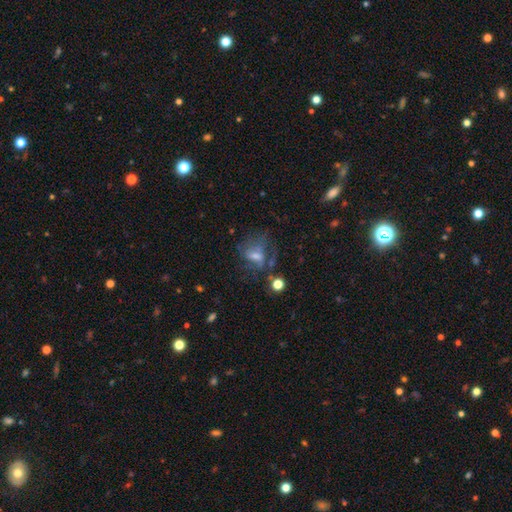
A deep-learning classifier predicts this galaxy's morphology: Smooth or featured: featured or disk — 45% (smooth — 34%)
Merging: none — 40% (major disturbance — 33%)